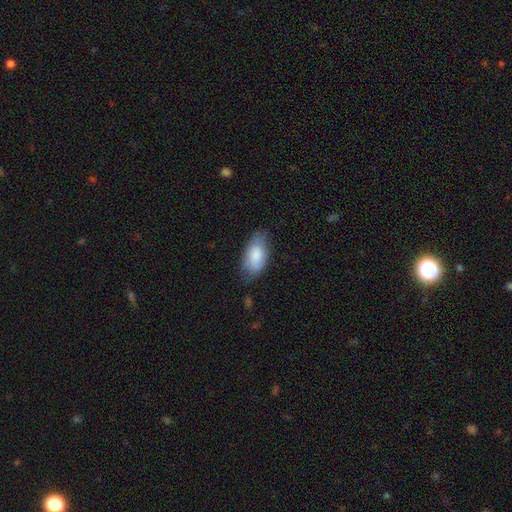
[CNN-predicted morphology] A smooth galaxy with no disk features (83%) that is in between round and cigar-shaped (93%).

Vote fractions:
- Smooth or featured? smooth: 83% / featured or disk: 11% / star or artifact: 6%
- How rounded? in between: 93% / cigar-shaped: 4% / round: 3%
- Merging? none: 68% / minor disturbance: 25% / major disturbance: 6% / merger: 2%